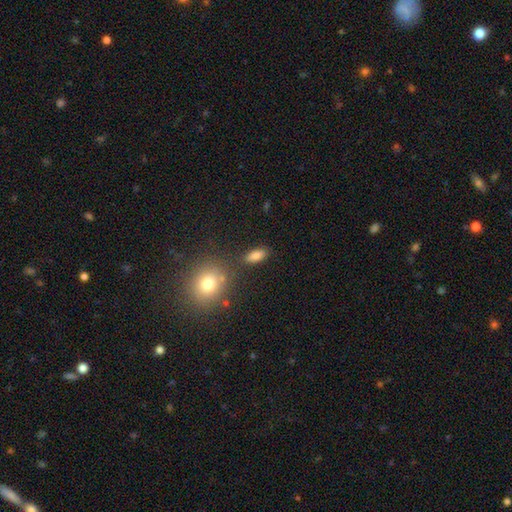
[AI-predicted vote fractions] smooth_or_featured: smooth (p=0.84) [alt: star or artifact p=0.09]
how_rounded: in between (p=0.82) [alt: cigar-shaped p=0.13]
merging: none (p=0.80) [alt: minor disturbance p=0.11]